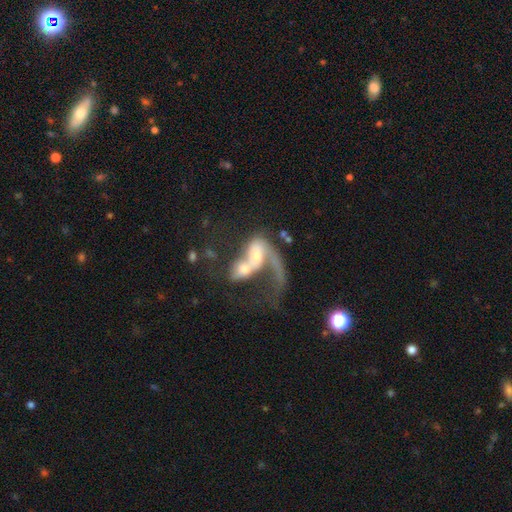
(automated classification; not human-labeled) Overall: featured or disk (65%; smooth 27%). Edge-on disk: no (94%). Bar: no (61%; weak 28%). Spiral arms: yes (70%; no 30%). Bulge size: moderate (49%; small 26%). Merging: merger (69%).